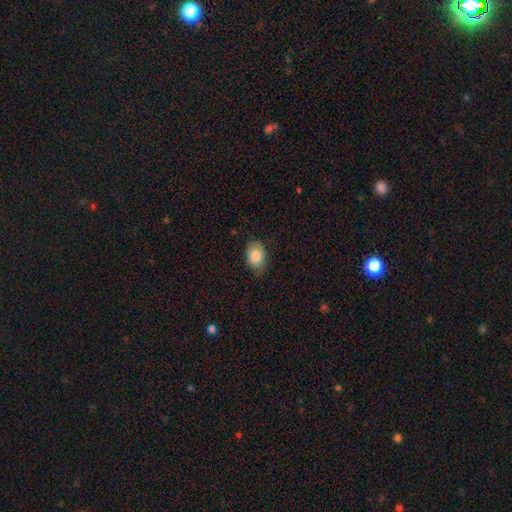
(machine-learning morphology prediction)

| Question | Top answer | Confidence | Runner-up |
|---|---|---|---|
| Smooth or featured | smooth | 84% | featured or disk (9%) |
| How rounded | in between | 82% | round (17%) |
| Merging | none | 75% | minor disturbance (21%) |